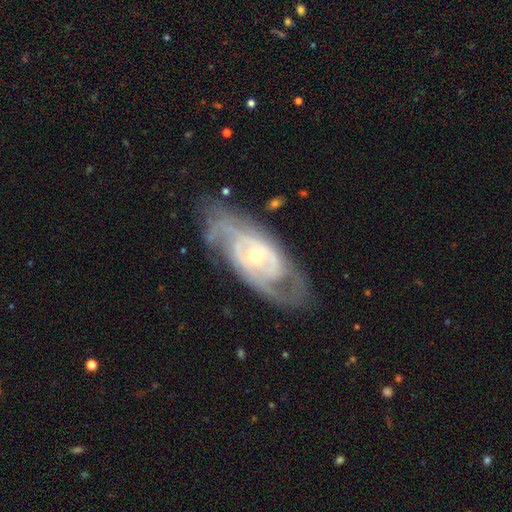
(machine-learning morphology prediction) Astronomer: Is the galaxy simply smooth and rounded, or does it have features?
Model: featured or disk — 88%.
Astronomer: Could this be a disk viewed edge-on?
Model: no — 92%.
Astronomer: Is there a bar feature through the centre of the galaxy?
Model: no — 64%.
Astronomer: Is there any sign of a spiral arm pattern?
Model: yes — 93%.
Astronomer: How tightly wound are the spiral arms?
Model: tight — 58% (runner-up: medium, 34%).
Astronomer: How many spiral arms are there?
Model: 2 — 46% (runner-up: can't tell, 26%).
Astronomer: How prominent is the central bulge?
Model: small — 57% (runner-up: moderate, 40%).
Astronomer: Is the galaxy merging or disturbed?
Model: none — 71%.